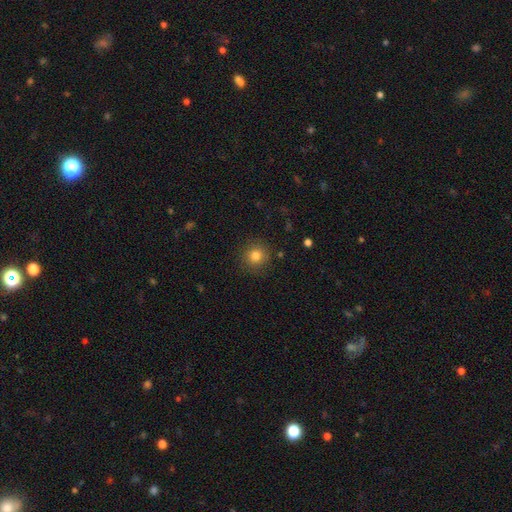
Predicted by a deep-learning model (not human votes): This appears to be a smooth galaxy with no disk features (81%) that is round (93%). Merging: none (89%).